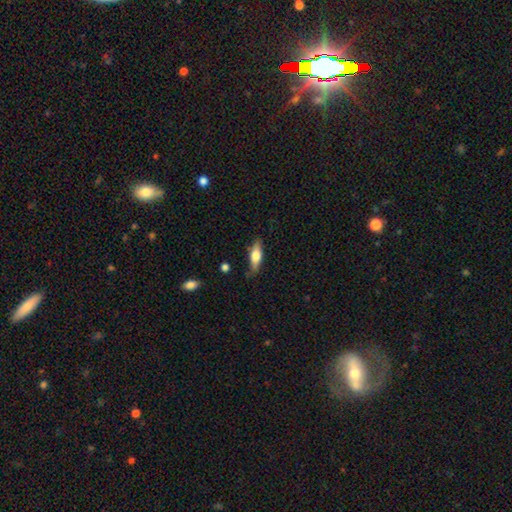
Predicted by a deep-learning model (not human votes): Smooth or featured?
  - smooth: 58% *
  - featured or disk: 36%
  - star or artifact: 6%
How rounded?
  - in between: 55% *
  - cigar-shaped: 42%
  - round: 3%
Merging?
  - none: 80% *
  - minor disturbance: 15%
  - major disturbance: 3%
  - merger: 2%